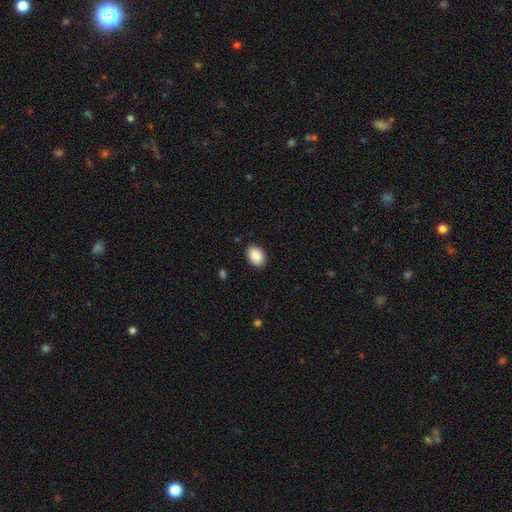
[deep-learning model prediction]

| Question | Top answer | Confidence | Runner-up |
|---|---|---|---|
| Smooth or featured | smooth | 89% | star or artifact (7%) |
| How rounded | in between | 82% | round (17%) |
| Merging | none | 88% | minor disturbance (9%) |